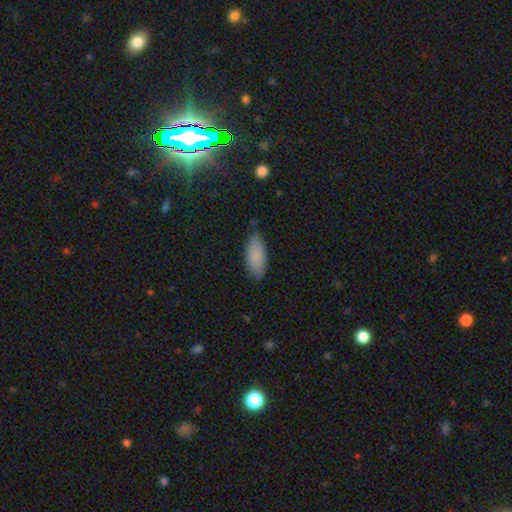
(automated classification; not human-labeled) Q: Smooth or featured?
A: smooth (86%); runner-up: featured or disk (8%)
Q: How rounded?
A: in between (82%); runner-up: cigar-shaped (16%)
Q: Merging?
A: none (77%); runner-up: minor disturbance (19%)